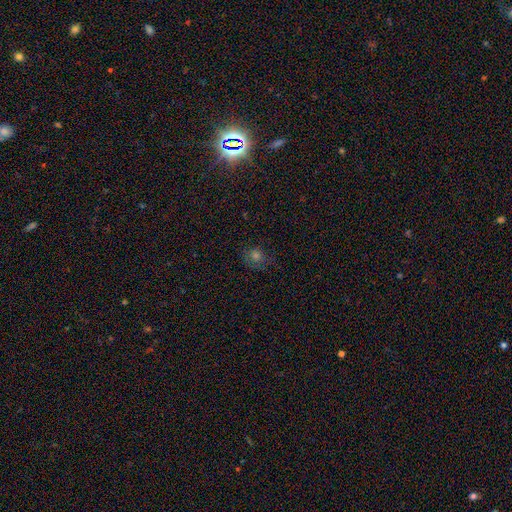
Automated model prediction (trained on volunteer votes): Overall: smooth (55%; star or artifact 31%). How rounded: round (77%). Merging: none (73%).